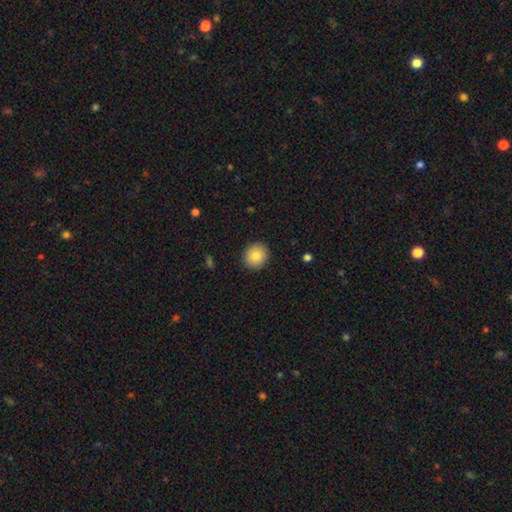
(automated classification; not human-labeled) The model was most divided on "smooth or featured": smooth: 82%, featured or disk: 9%, star or artifact: 8%. More confident: merging — none (91%); how rounded — round (87%).